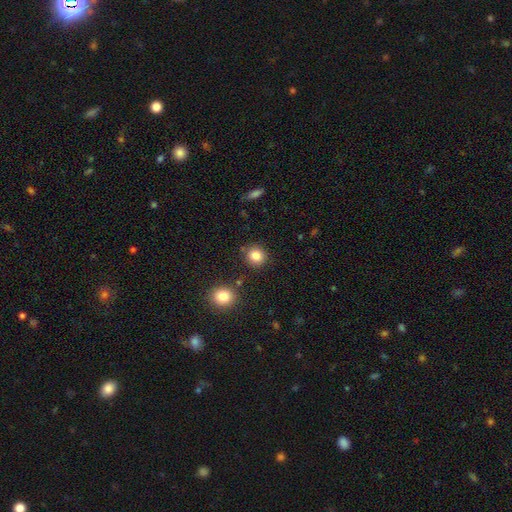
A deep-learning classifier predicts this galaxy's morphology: Smooth or featured: smooth — 85% (star or artifact — 10%)
How rounded: round — 85% (in between — 14%)
Merging: none — 85% (minor disturbance — 8%)